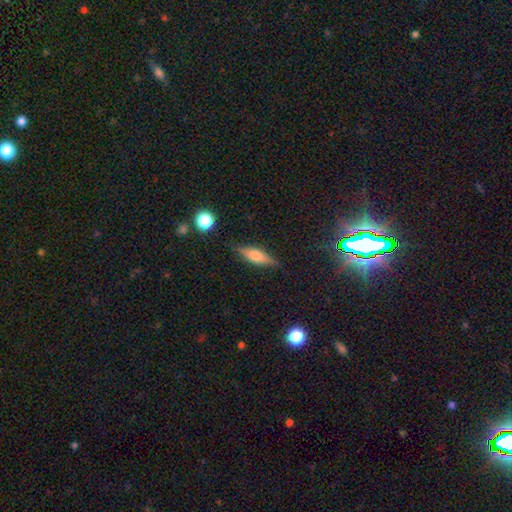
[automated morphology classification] The model was most divided on "smooth or featured": smooth: 50%, featured or disk: 41%, star or artifact: 9%. More confident: merging — none (83%).